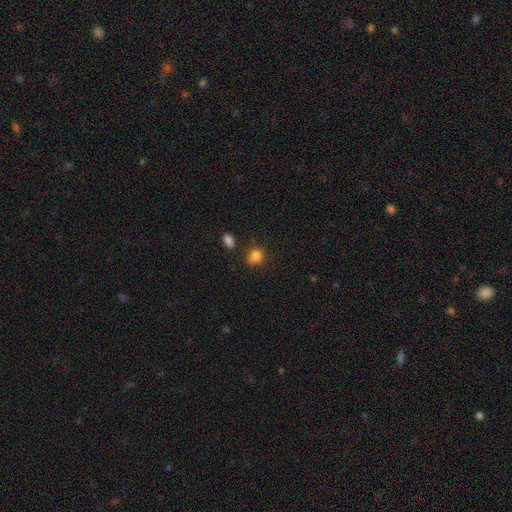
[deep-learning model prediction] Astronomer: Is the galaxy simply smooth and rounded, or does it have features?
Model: smooth — 80%.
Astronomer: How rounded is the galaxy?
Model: round — 63%.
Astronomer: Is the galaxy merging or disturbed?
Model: none — 54%.